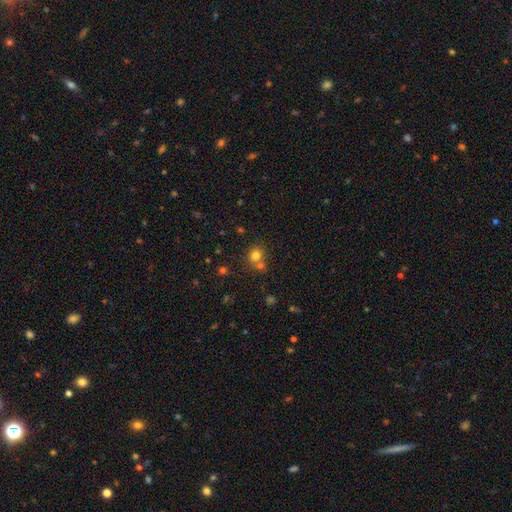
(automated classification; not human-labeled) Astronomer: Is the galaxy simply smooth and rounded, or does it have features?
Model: smooth — 76%.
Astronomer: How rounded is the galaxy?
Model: round — 84%.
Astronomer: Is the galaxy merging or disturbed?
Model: none — 56% (runner-up: merger, 32%).